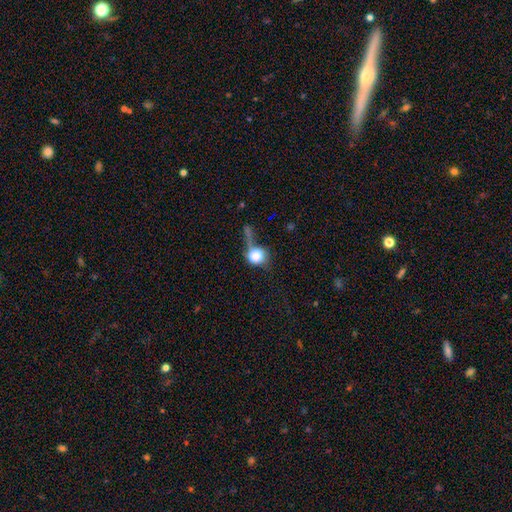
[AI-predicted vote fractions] smooth 72%, featured or disk 17%, star or artifact 11%. Down the decision tree: how rounded — round (75%); merging — major disturbance (32%).